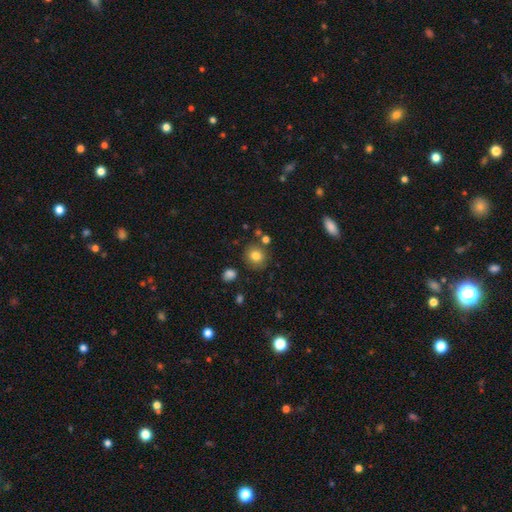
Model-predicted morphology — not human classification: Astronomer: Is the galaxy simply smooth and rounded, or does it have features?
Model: smooth — 81%.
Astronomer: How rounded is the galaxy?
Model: round — 85%.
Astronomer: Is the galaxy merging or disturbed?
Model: none — 82%.